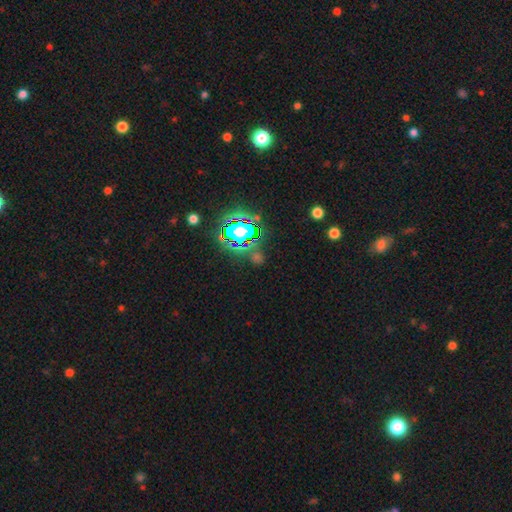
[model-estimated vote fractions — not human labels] Morphology: type=star or artifact (69%).